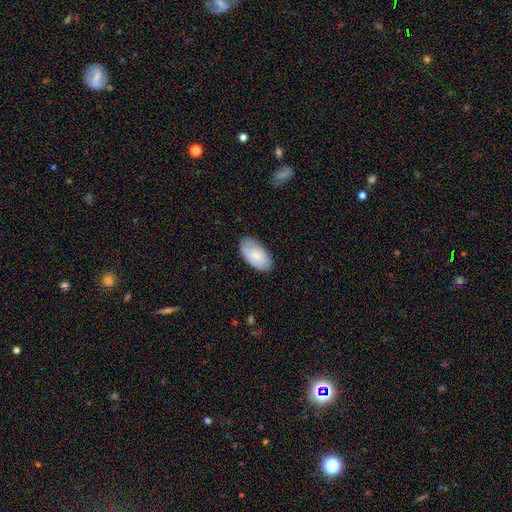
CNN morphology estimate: smooth 79%, featured or disk 15%, star or artifact 6%. Down the decision tree: how rounded — in between (96%); merging — none (82%).